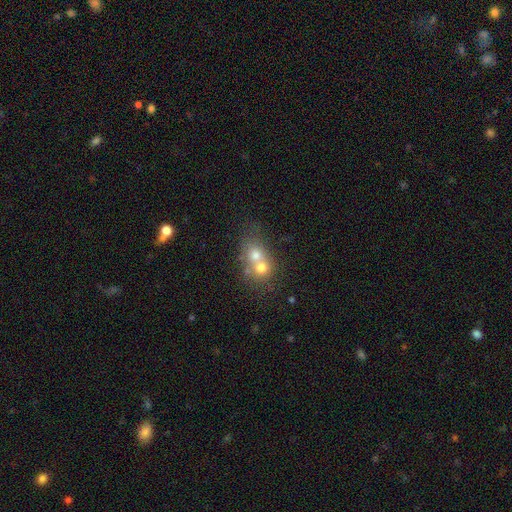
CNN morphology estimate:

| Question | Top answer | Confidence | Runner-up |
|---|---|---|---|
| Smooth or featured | smooth | 66% | featured or disk (23%) |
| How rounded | round | 67% | in between (32%) |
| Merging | merger | 68% | none (23%) |